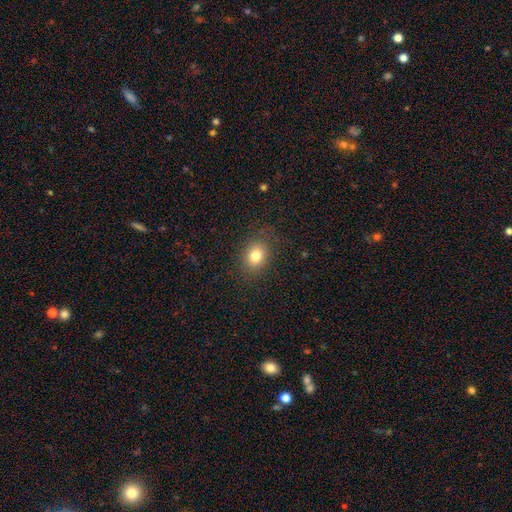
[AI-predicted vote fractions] Q: Smooth or featured?
A: smooth (79%); runner-up: star or artifact (12%)
Q: How rounded?
A: round (51%); runner-up: in between (48%)
Q: Merging?
A: none (85%); runner-up: minor disturbance (10%)